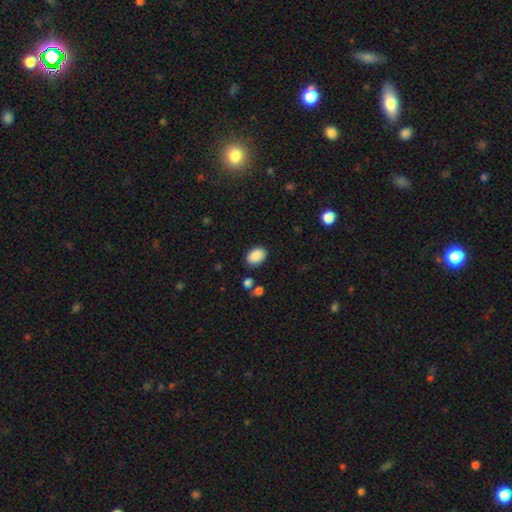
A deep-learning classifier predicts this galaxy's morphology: A smooth galaxy with no disk features (89%) that is in between round and cigar-shaped (77%). Merging: none (83%).